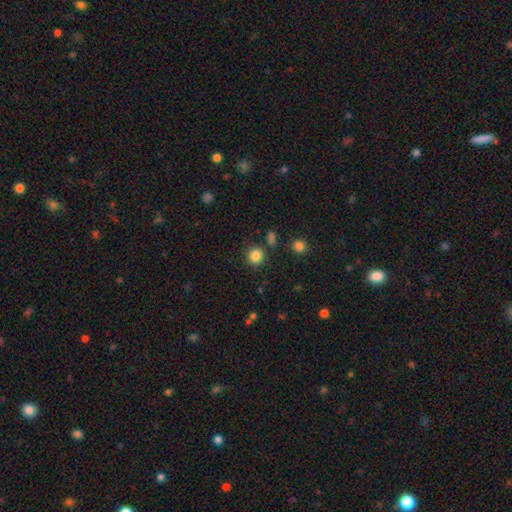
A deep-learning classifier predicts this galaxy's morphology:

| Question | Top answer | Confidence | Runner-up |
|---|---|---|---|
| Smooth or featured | smooth | 85% | star or artifact (11%) |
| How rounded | round | 92% | in between (8%) |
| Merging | none | 85% | minor disturbance (7%) |